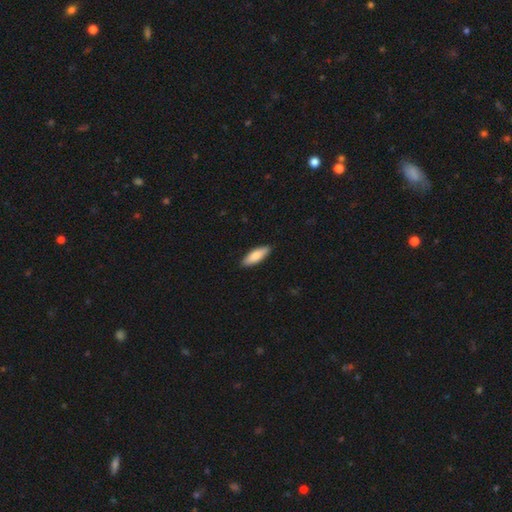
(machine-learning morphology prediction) Smooth or featured?
  - smooth: 79% *
  - featured or disk: 15%
  - star or artifact: 5%
How rounded?
  - in between: 63% *
  - cigar-shaped: 36%
  - round: 2%
Merging?
  - none: 89% *
  - minor disturbance: 8%
  - major disturbance: 2%
  - merger: 1%